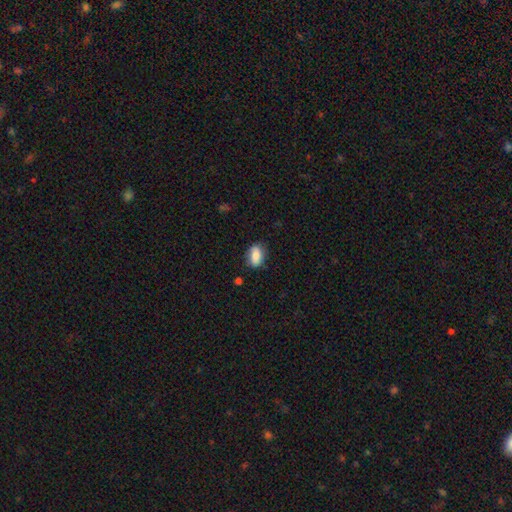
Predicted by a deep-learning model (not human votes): smooth-or-featured: smooth: 76% | featured or disk: 16% | star or artifact: 8%
  how-rounded: in between: 85% | round: 12% | cigar-shaped: 3%
  merging: none: 75% | minor disturbance: 19% | major disturbance: 4% | merger: 2%